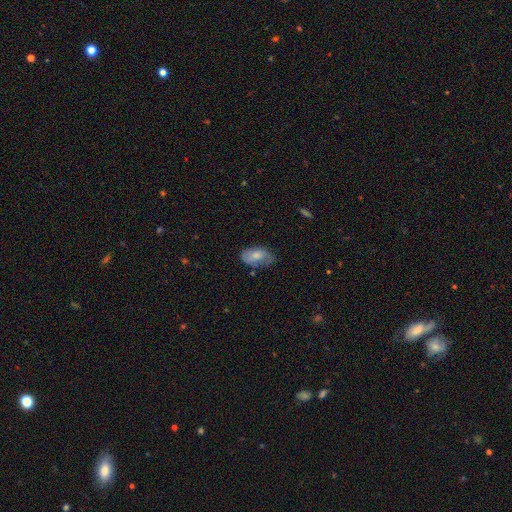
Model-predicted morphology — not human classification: Smooth or featured? smooth (68%)
How rounded? in between (92%)
Merging? none (50%)